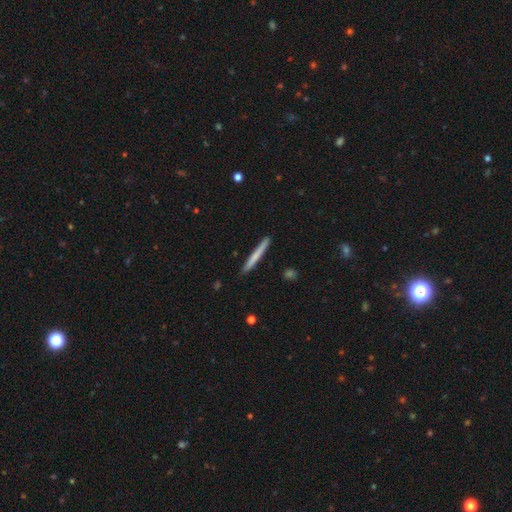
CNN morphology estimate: This is likely a smooth galaxy (64%). How rounded: clearly cigar-shaped (97%). Merging: clearly none (91%).